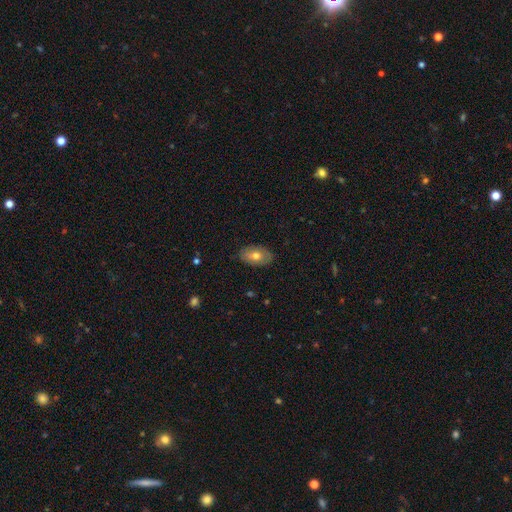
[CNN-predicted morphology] Smooth or featured? Predicted: smooth (p=0.67). How rounded? Predicted: in between (p=0.91). Merging? Predicted: none (p=0.85).